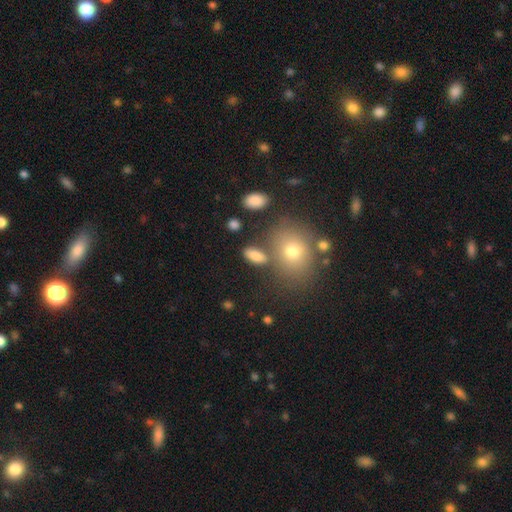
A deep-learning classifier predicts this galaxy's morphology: This appears to be a smooth galaxy with no disk features (80%) that is in between round and cigar-shaped (83%). Merging: none (69%).